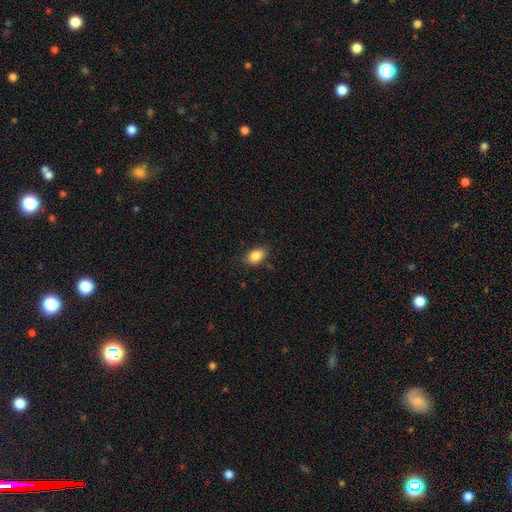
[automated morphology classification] This appears to be a smooth galaxy with no disk features (85%) that is in between round and cigar-shaped (87%). Merging: none (80%).